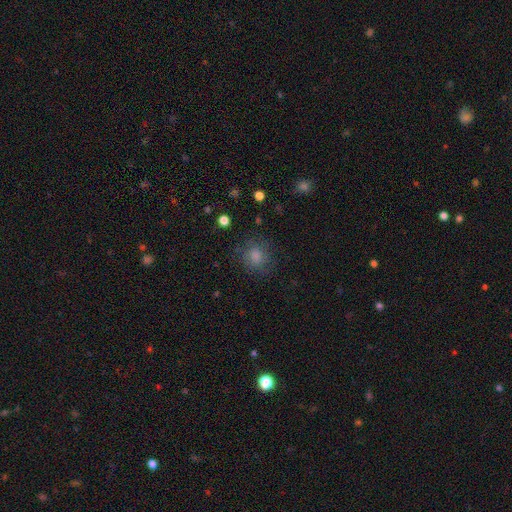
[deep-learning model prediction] Smooth or featured? Predicted: smooth (p=0.62). How rounded? Predicted: round (p=0.85). Merging? Predicted: none (p=0.80).